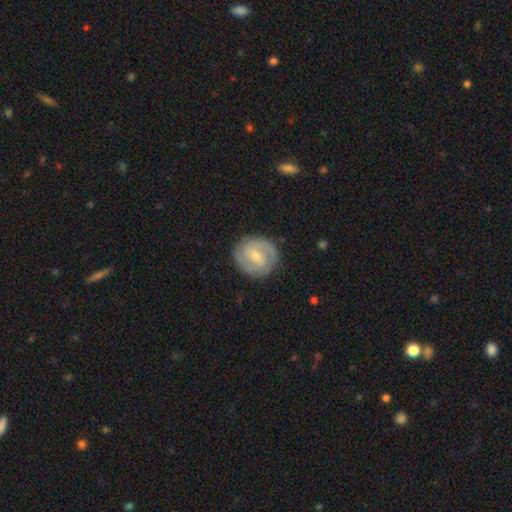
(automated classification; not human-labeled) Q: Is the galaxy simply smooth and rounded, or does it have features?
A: featured or disk — 76%.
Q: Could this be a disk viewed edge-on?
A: no — 98%.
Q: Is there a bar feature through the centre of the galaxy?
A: weak — 51%.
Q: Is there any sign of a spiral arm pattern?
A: yes — 94%.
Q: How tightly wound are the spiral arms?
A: tight — 54%.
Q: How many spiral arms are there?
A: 2 — 71%.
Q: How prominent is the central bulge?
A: small — 50%.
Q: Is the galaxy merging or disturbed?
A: none — 85%.